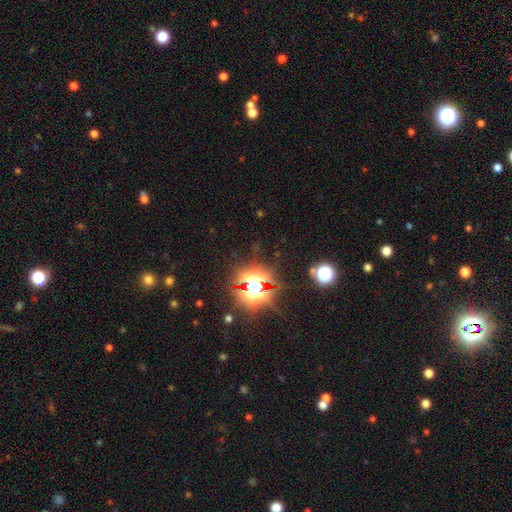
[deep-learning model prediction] Smooth or featured?
  - star or artifact: 81% *
  - smooth: 11%
  - featured or disk: 8%